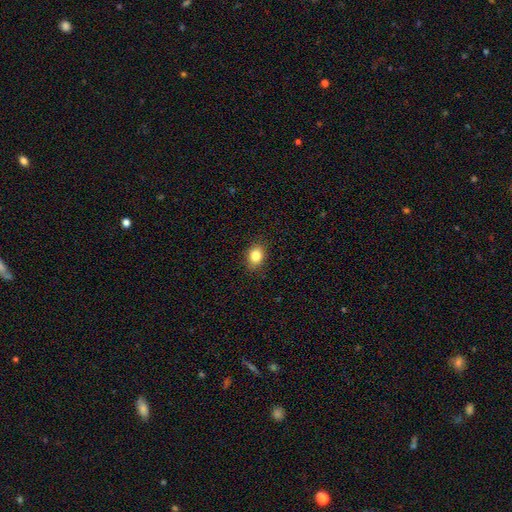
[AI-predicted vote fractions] Morphology: type=smooth (84%); roundness=in between (61%); merging=none (87%).